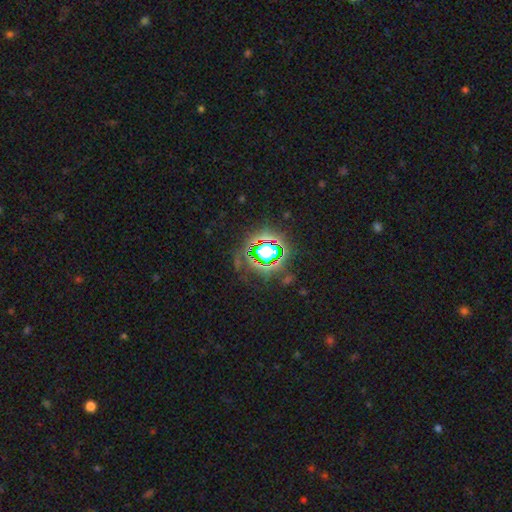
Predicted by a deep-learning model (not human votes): The model was most divided on "smooth or featured": star or artifact: 79%, smooth: 12%, featured or disk: 9%.